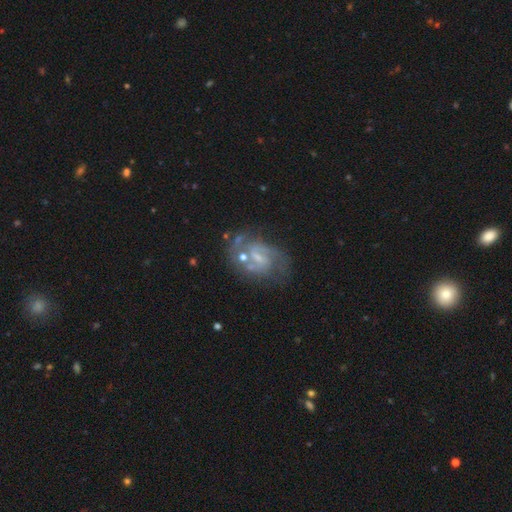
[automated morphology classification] Smooth or featured: featured or disk — 76% (star or artifact — 13%)
Edge-on disk: no — 97% (yes — 3%)
Bar: weak — 51% (no — 35%)
Spiral arms: yes — 88% (no — 12%)
Spiral winding: medium — 48% (tight — 28%)
Spiral arm count: 2 — 65% (can't tell — 18%)
Bulge size: small — 58% (moderate — 22%)
Merging: none — 65% (minor disturbance — 16%)